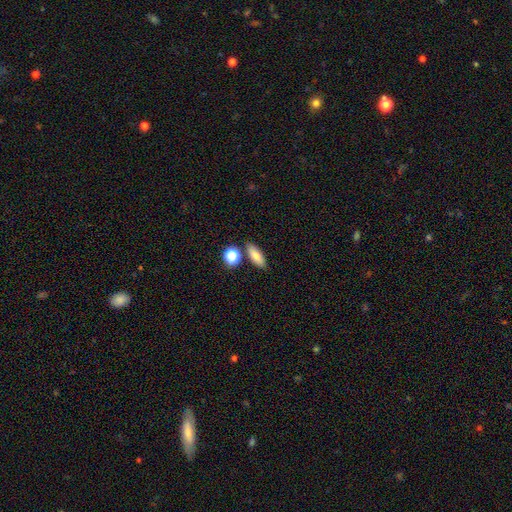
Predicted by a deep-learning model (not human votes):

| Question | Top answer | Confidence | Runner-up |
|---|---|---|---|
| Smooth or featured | smooth | 75% | featured or disk (15%) |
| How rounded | in between | 73% | cigar-shaped (20%) |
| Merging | none | 78% | minor disturbance (10%) |